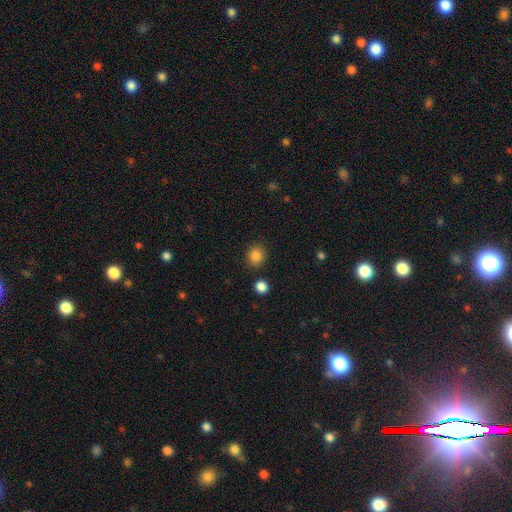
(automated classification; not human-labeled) Smooth or featured? Predicted: smooth (p=0.86). How rounded? Predicted: round (p=0.81). Merging? Predicted: none (p=0.87).